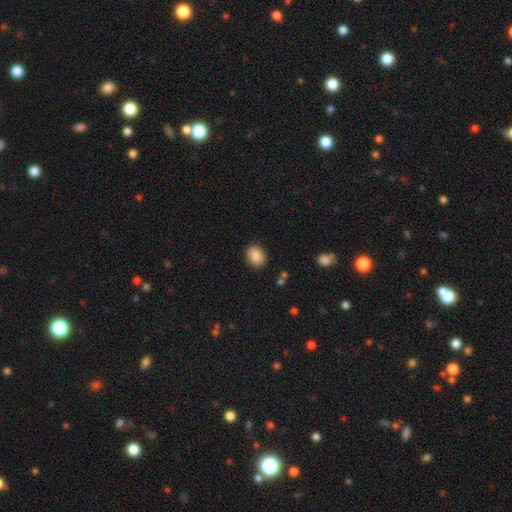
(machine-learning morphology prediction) A smooth galaxy with no disk features (88%) that is in between round and cigar-shaped (54%). Merging: none (87%).